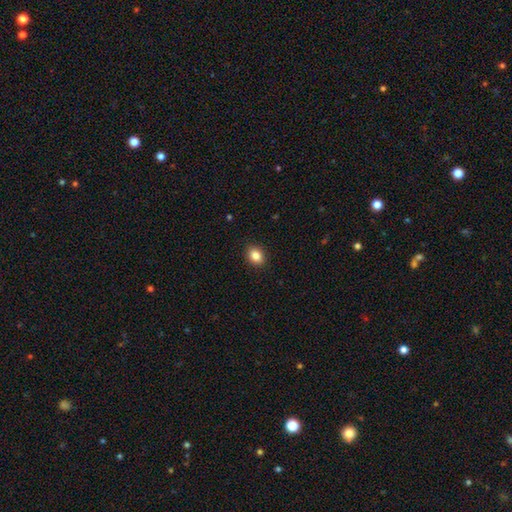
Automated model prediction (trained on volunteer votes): A smooth galaxy with no disk features (85%) that is in between round and cigar-shaped (56%).

Vote fractions:
- Smooth or featured? smooth: 85% / star or artifact: 9% / featured or disk: 5%
- How rounded? in between: 56% / round: 43% / cigar-shaped: 1%
- Merging? none: 91% / minor disturbance: 6% / major disturbance: 2% / merger: 1%